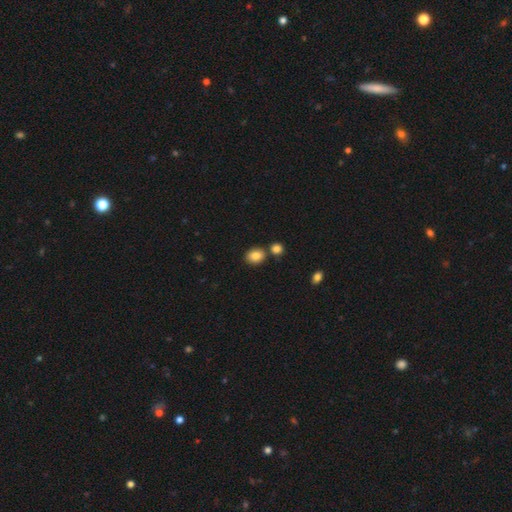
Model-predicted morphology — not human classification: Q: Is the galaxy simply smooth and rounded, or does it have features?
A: smooth — 84%.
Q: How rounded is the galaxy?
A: in between — 53%.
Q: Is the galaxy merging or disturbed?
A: none — 72%.